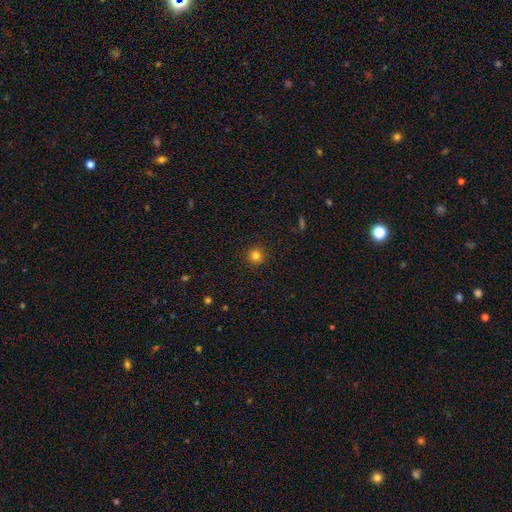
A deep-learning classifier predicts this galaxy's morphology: Q: Smooth or featured?
A: smooth (82%); runner-up: star or artifact (13%)
Q: How rounded?
A: round (95%); runner-up: in between (4%)
Q: Merging?
A: none (92%); runner-up: minor disturbance (5%)